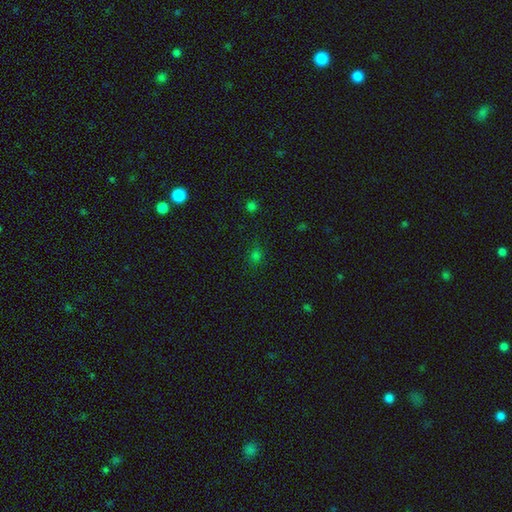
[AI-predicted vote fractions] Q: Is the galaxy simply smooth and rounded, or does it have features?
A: smooth — 64%.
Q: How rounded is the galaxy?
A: round — 75%.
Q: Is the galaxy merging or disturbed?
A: none — 79%.